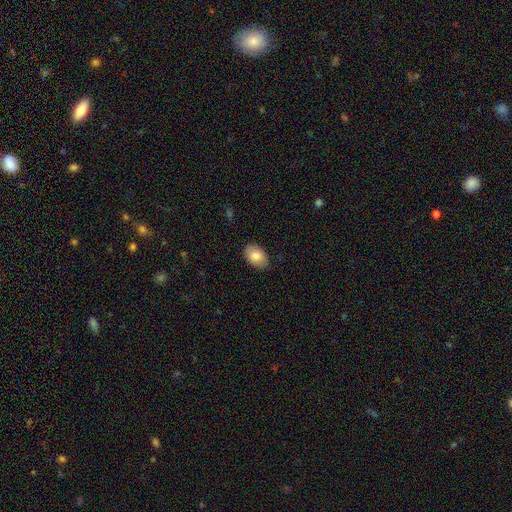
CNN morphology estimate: The model was most divided on "smooth or featured": smooth: 84%, featured or disk: 9%, star or artifact: 7%. More confident: how rounded — in between (87%); merging — none (86%).